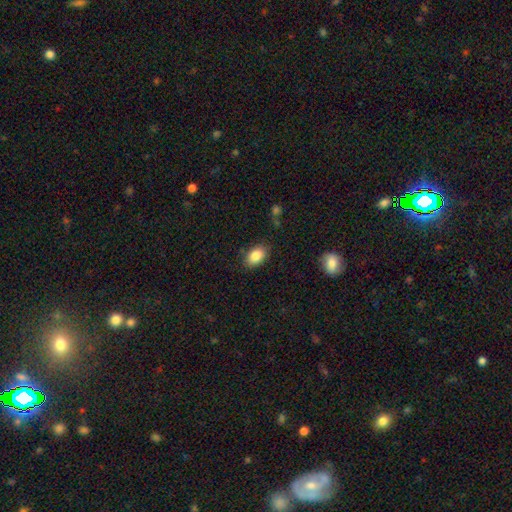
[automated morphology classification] A smooth galaxy with no disk features (86%) that is in between round and cigar-shaped (88%). Merging: none (84%).